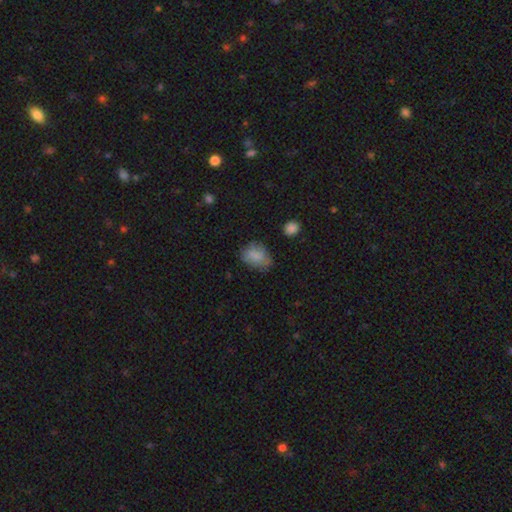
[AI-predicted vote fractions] Smooth or featured? smooth (78%)
How rounded? in between (74%)
Merging? none (59%)